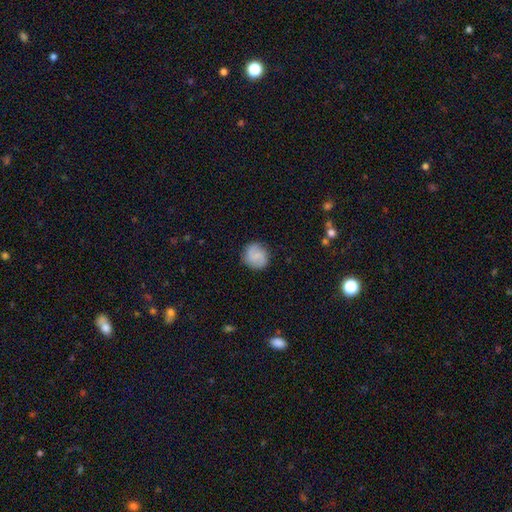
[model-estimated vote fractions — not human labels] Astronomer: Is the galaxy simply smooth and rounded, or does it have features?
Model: smooth — 56% (runner-up: featured or disk, 35%).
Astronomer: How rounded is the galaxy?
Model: round — 85%.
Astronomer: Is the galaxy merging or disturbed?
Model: none — 84%.